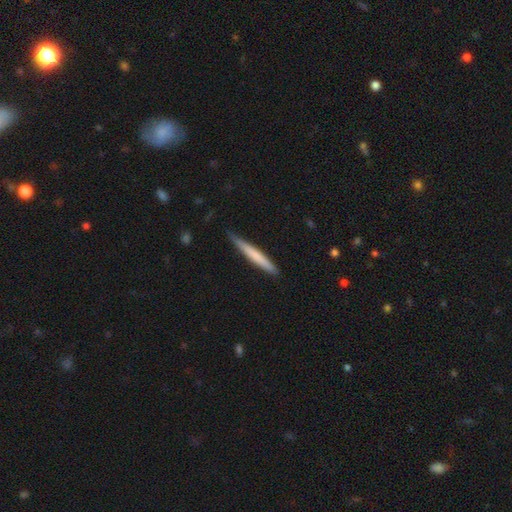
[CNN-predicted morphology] The model was most divided on "smooth or featured": smooth: 65%, featured or disk: 29%, star or artifact: 5%. More confident: how rounded — cigar-shaped (96%); merging — none (78%).